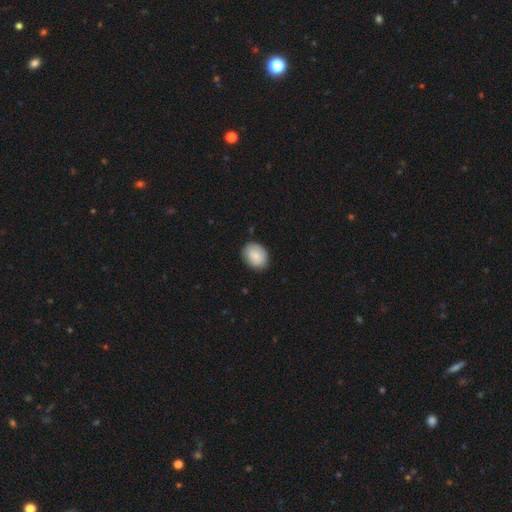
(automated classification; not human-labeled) This appears to be a smooth galaxy with no disk features (86%) that is in between round and cigar-shaped (58%). Merging: none (85%).